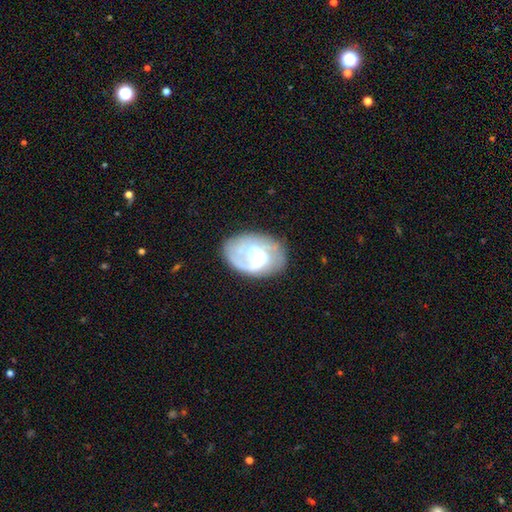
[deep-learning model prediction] A featured or disk galaxy (68%) with no bar (58%), spiral arms (74%) and a moderate central bulge (43%).

Vote fractions:
- Smooth or featured? featured or disk: 68% / smooth: 25% / star or artifact: 7%
- Edge-on disk? no: 97% / yes: 3%
- Bar? no: 58% / weak: 34% / strong: 8%
- Spiral arms? yes: 74% / no: 26%
- Bulge size? moderate: 43% / small: 36% / none: 11% / large: 9% / dominant: 2%
- Merging? none: 53% / minor disturbance: 21% / major disturbance: 18% / merger: 7%